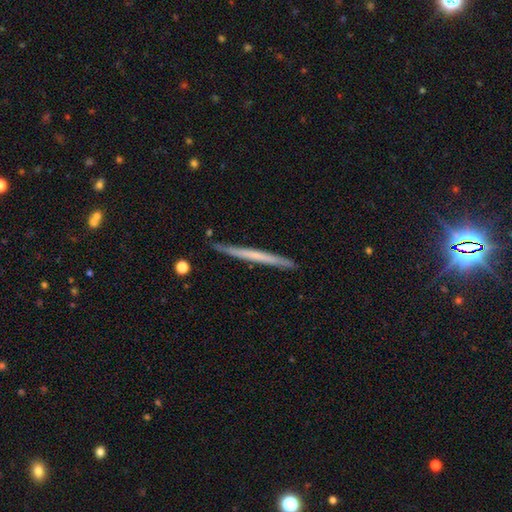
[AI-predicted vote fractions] Morphology: type=featured or disk (49%); merging=none (87%).